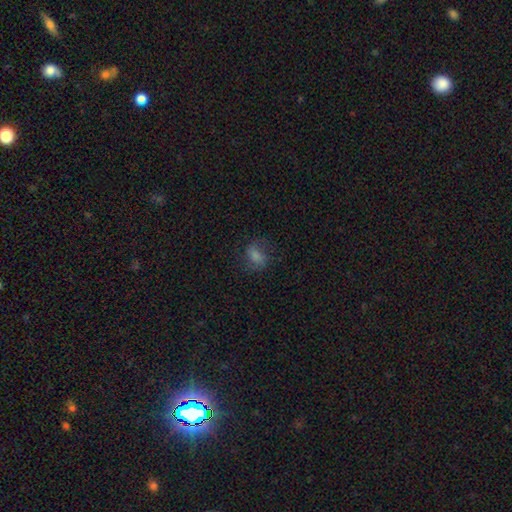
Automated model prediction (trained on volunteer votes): This appears to be a smooth galaxy with no disk features (48%). Merging: none (72%).